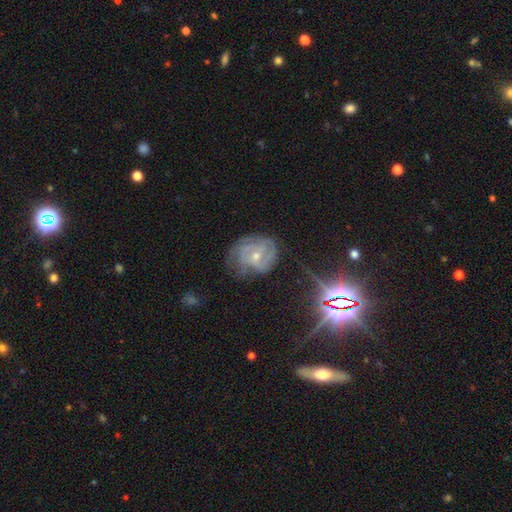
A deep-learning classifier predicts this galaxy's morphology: A featured or disk galaxy (76%) with no bar (60%), tight (57%) spiral arms (91%) and a small central bulge (52%).

Vote fractions:
- Smooth or featured? featured or disk: 76% / smooth: 14% / star or artifact: 10%
- Edge-on disk? no: 97% / yes: 3%
- Bar? no: 60% / weak: 33% / strong: 7%
- Spiral arms? yes: 91% / no: 9%
- Spiral winding? tight: 57% / medium: 34% / loose: 10%
- Spiral arm count? can't tell: 33% / 3: 28% / 2: 19% / 4: 11% / 1: 5% / more than 4: 4%
- Bulge size? small: 52% / moderate: 44% / none: 2% / large: 1% / dominant: 1%
- Merging? none: 60% / minor disturbance: 26% / major disturbance: 13% / merger: 2%